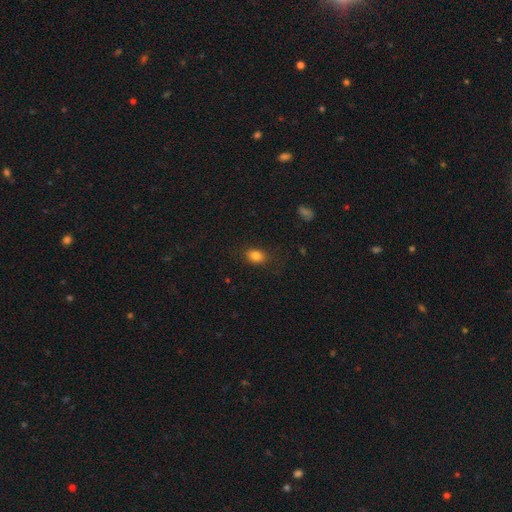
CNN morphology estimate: A smooth galaxy with no disk features (83%) that is in between round and cigar-shaped (74%).

Vote fractions:
- Smooth or featured? smooth: 83% / star or artifact: 10% / featured or disk: 7%
- How rounded? in between: 74% / round: 25% / cigar-shaped: 2%
- Merging? none: 83% / minor disturbance: 12% / major disturbance: 4% / merger: 1%